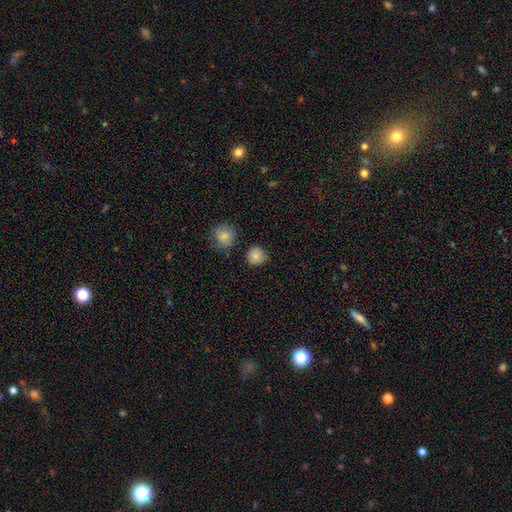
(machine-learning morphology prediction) Overall: smooth (83%). How rounded: round (90%). Merging: none (79%).